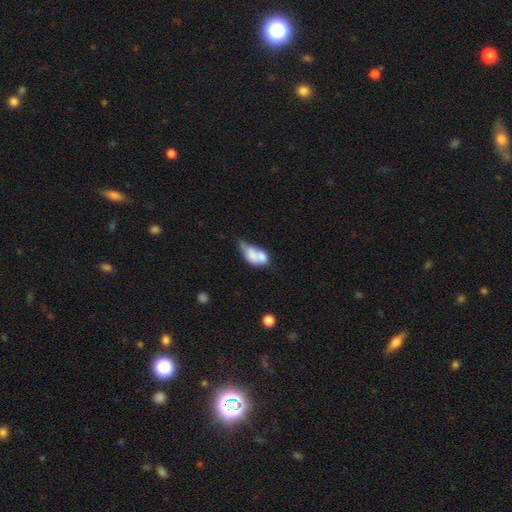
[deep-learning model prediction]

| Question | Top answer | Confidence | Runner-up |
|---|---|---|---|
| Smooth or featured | smooth | 60% | featured or disk (30%) |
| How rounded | in between | 84% | round (10%) |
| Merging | merger | 53% | major disturbance (16%) |